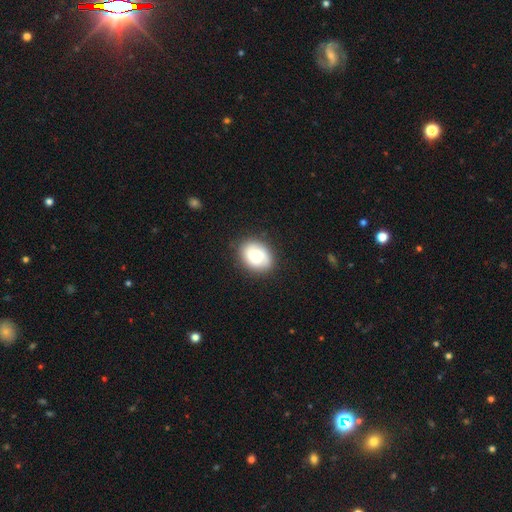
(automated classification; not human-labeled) Smooth or featured: smooth — 65% (featured or disk — 27%)
How rounded: in between — 57% (round — 42%)
Merging: none — 84% (minor disturbance — 12%)